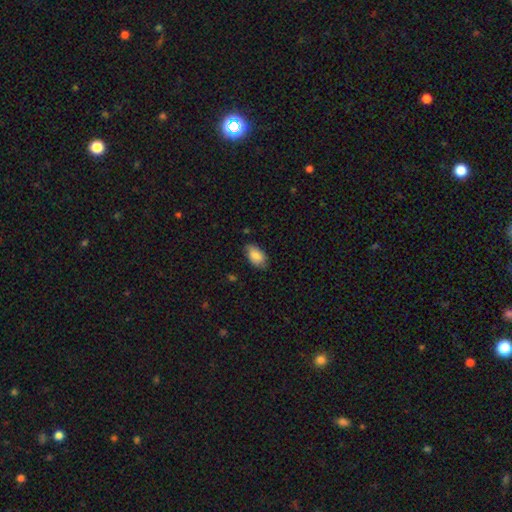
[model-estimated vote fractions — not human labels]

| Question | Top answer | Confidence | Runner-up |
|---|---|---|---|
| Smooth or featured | smooth | 87% | featured or disk (7%) |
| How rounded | in between | 94% | round (5%) |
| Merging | none | 79% | minor disturbance (17%) |